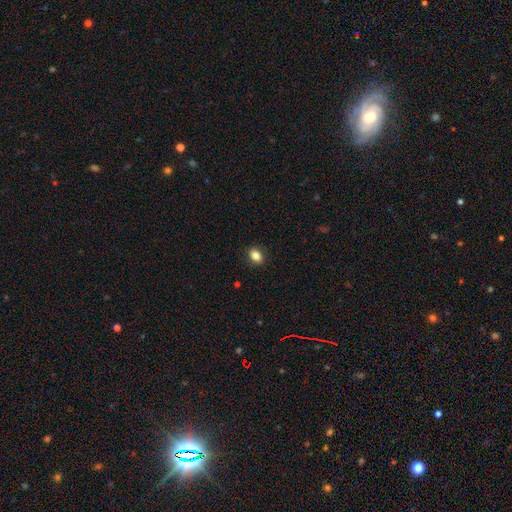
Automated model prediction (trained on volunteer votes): smooth-or-featured: smooth: 85% | star or artifact: 9% | featured or disk: 6%
  how-rounded: in between: 67% | round: 31% | cigar-shaped: 1%
  merging: none: 88% | minor disturbance: 9% | major disturbance: 2% | merger: 1%